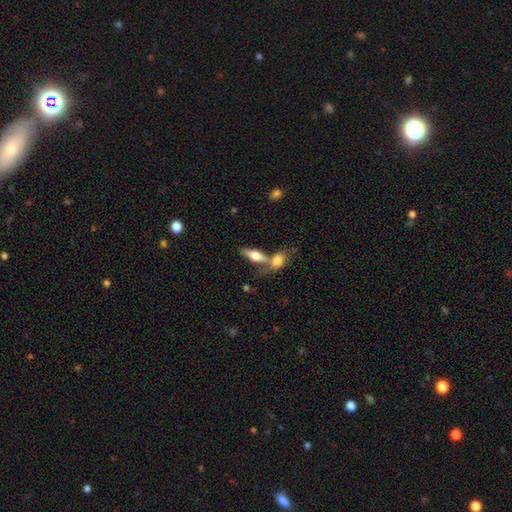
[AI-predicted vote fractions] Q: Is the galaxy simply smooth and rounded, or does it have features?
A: smooth — 58%.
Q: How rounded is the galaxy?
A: in between — 61%.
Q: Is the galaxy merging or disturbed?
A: merger — 50%.